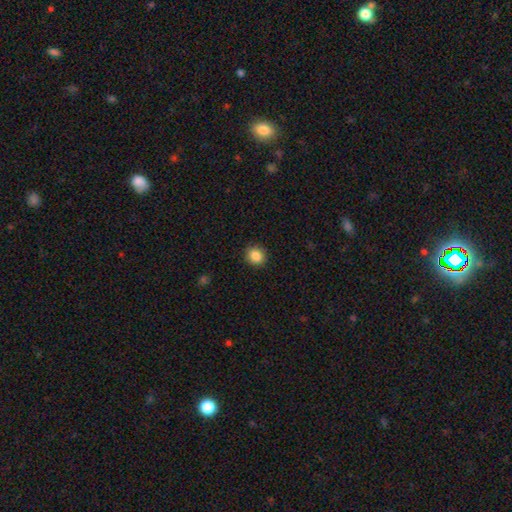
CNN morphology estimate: This is clearly a smooth galaxy (87%). How rounded: likely round (78%). Merging: clearly none (89%).